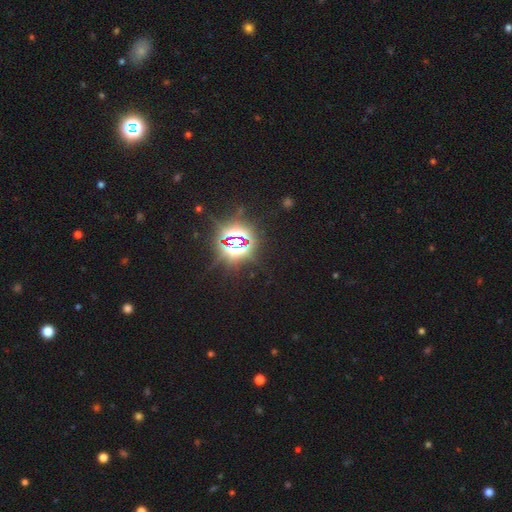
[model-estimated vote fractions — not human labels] Overall: star or artifact (79%).